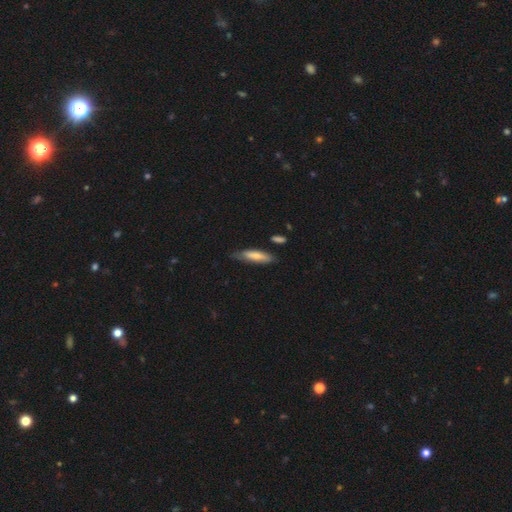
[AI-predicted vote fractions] Q: Smooth or featured?
A: smooth (66%); runner-up: featured or disk (28%)
Q: How rounded?
A: cigar-shaped (63%); runner-up: in between (35%)
Q: Merging?
A: none (65%); runner-up: minor disturbance (26%)